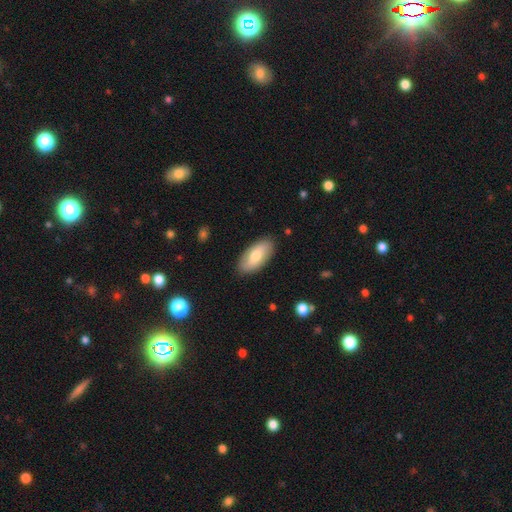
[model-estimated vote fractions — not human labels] Q: Smooth or featured?
A: smooth (71%); runner-up: featured or disk (23%)
Q: How rounded?
A: in between (91%); runner-up: cigar-shaped (7%)
Q: Merging?
A: none (87%); runner-up: minor disturbance (9%)